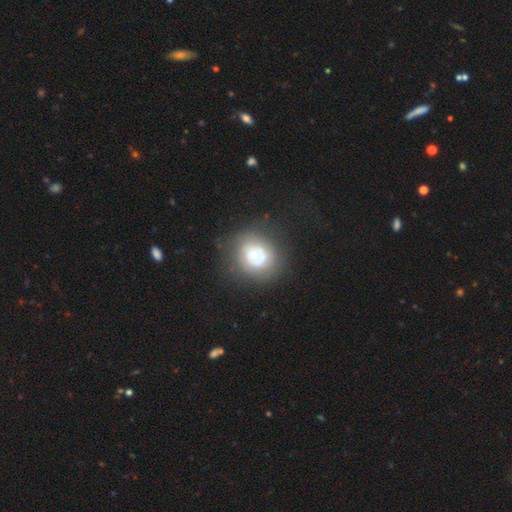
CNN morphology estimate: Smooth or featured? Predicted: smooth (p=0.46). Merging? Predicted: none (p=0.64).